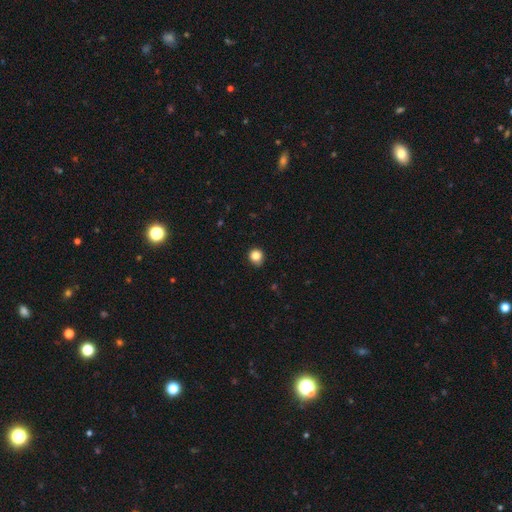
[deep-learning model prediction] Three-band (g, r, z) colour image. It shows a smooth galaxy with no disk features (84%) that is round (88%). Merging: none (83%).